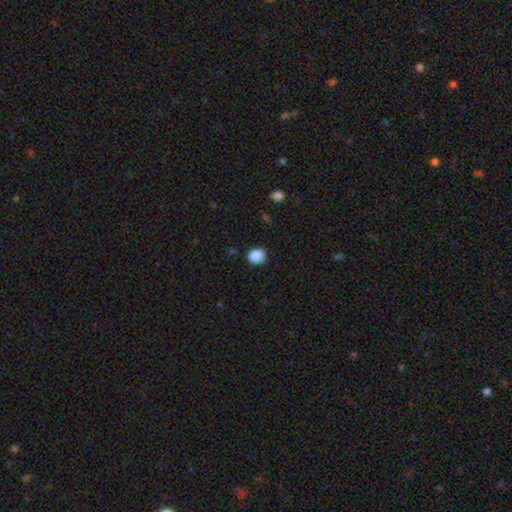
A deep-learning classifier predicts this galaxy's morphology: smooth_or_featured: smooth (p=0.88) [alt: star or artifact p=0.09]
how_rounded: round (p=0.69) [alt: in between p=0.30]
merging: none (p=0.81) [alt: minor disturbance p=0.14]